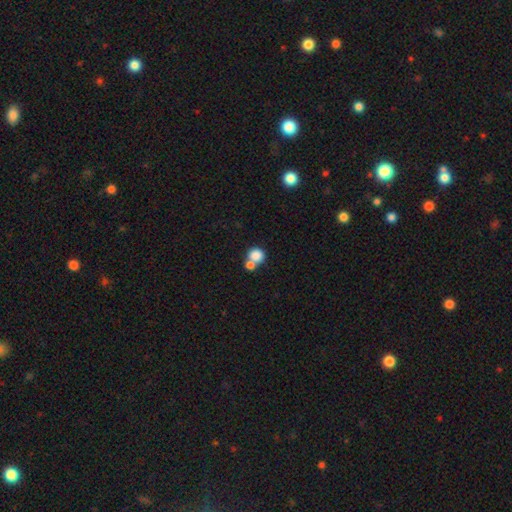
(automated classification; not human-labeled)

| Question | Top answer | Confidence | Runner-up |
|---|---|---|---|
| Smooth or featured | smooth | 83% | star or artifact (9%) |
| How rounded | round | 81% | in between (18%) |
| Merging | merger | 49% | none (41%) |